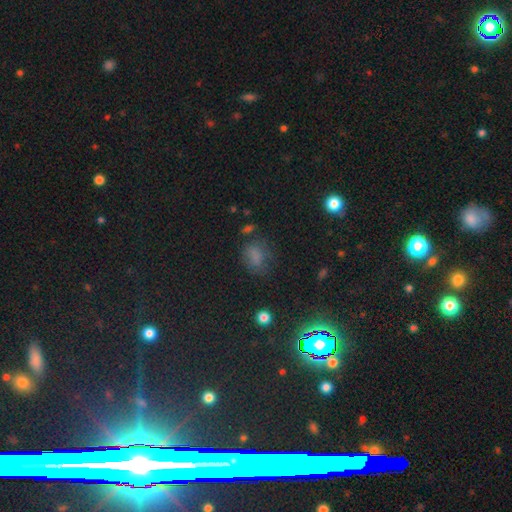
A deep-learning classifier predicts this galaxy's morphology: smooth_or_featured: smooth (p=0.66) [alt: star or artifact p=0.25]
how_rounded: in between (p=0.69) [alt: round p=0.27]
merging: none (p=0.60) [alt: minor disturbance p=0.24]